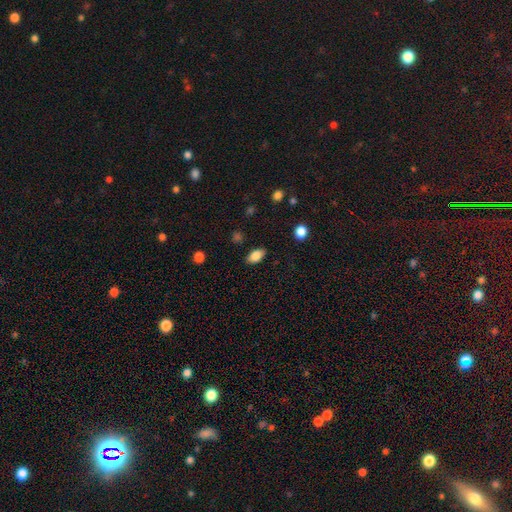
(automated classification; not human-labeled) This is clearly a smooth galaxy (85%). How rounded: clearly in between (90%). Merging: clearly none (85%).